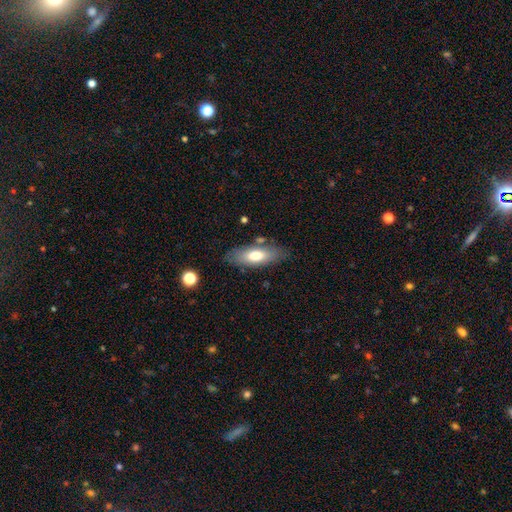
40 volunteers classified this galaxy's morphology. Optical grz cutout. It shows a smooth galaxy with no disk features (72%) that is in between round and cigar-shaped (72%). Merging: none (90%).